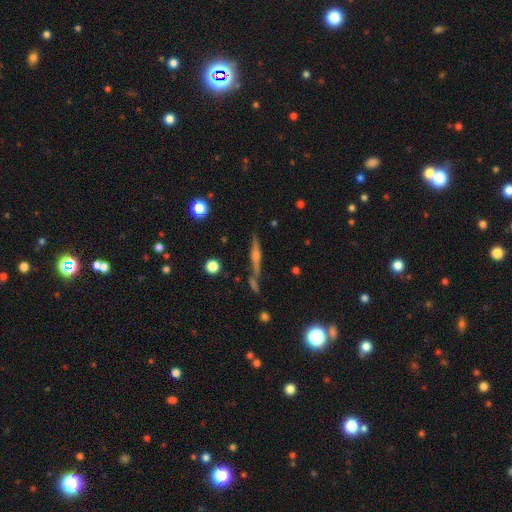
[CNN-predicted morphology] featured or disk 68%, smooth 21%, star or artifact 11%. Down the decision tree: edge-on disk — yes (95%); edge-on bulge — rounded (75%); merging — none (76%).